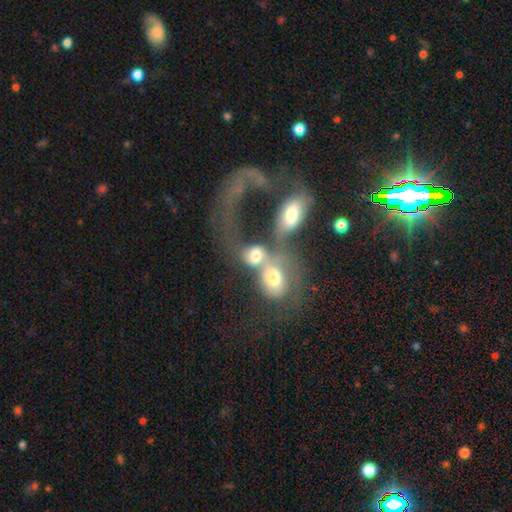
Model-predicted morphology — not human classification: Overall: smooth (53%; featured or disk 34%). How rounded: in between (60%; round 37%). Merging: merger (74%).